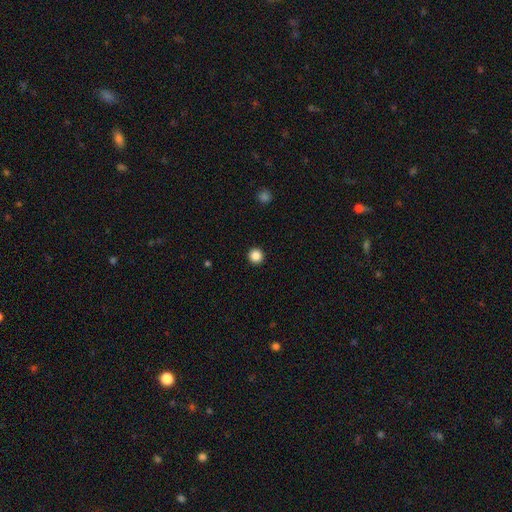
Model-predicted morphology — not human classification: smooth 86%, star or artifact 11%, featured or disk 3%. Down the decision tree: how rounded — round (96%); merging — none (94%).